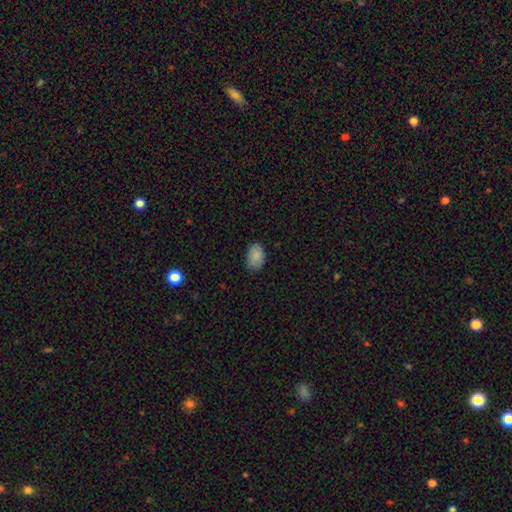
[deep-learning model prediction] The model was most divided on "merging": none: 83%, minor disturbance: 14%, major disturbance: 3%, merger: 1%. More confident: smooth or featured — smooth (87%); how rounded — in between (86%).